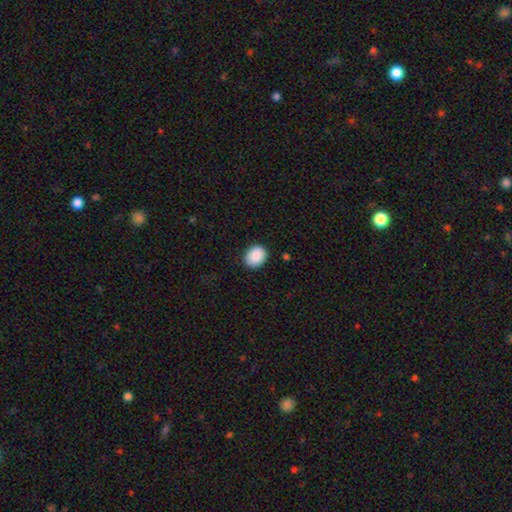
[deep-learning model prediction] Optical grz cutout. It shows a smooth galaxy with no disk features (90%) that is in between round and cigar-shaped (50%). Merging: none (86%).